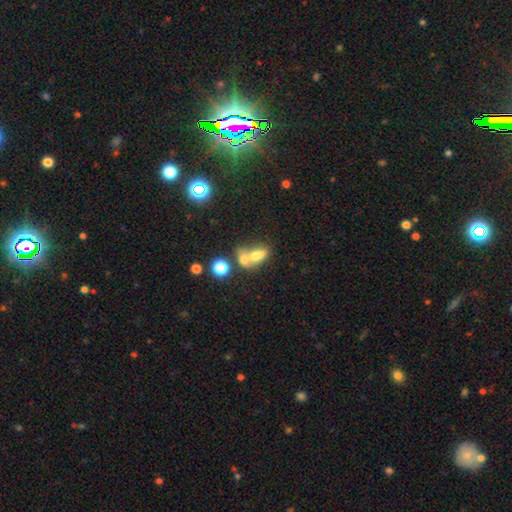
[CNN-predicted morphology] smooth 68%, featured or disk 20%, star or artifact 12%. Down the decision tree: how rounded — in between (77%); merging — merger (61%).